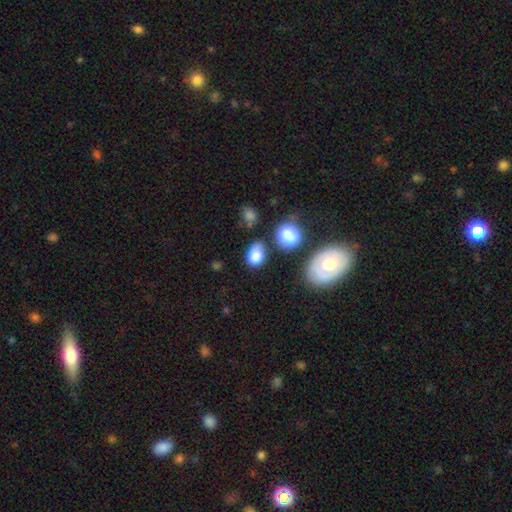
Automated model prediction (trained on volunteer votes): The model was most divided on "merging": none: 57%, minor disturbance: 22%, merger: 13%, major disturbance: 8%. More confident: smooth or featured — smooth (81%); how rounded — in between (71%).